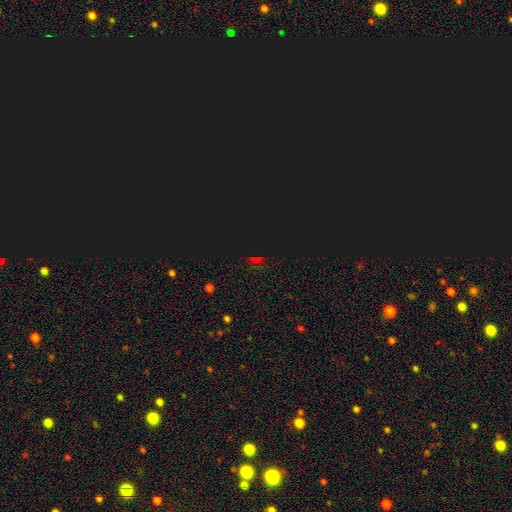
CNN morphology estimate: smooth_or_featured: star or artifact (p=0.75) [alt: smooth p=0.18]